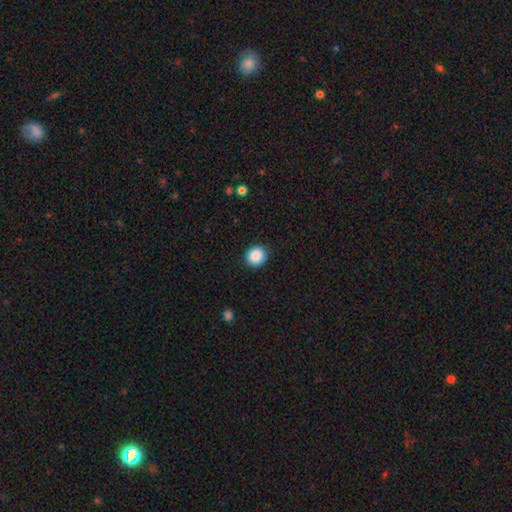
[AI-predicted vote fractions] This is clearly a smooth galaxy (88%). How rounded: clearly round (87%). Merging: clearly none (91%).